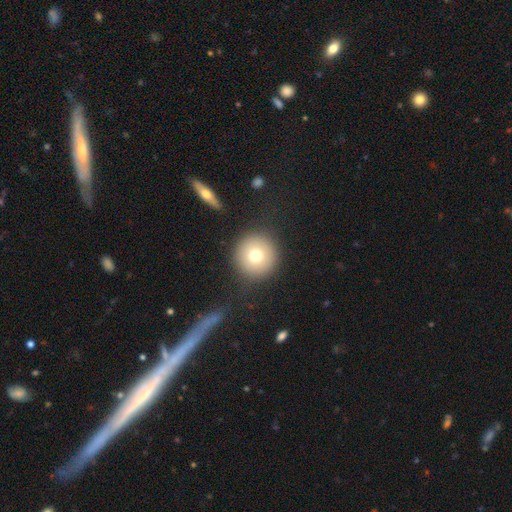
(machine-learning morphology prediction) Smooth or featured? smooth (73%)
How rounded? round (95%)
Merging? none (87%)